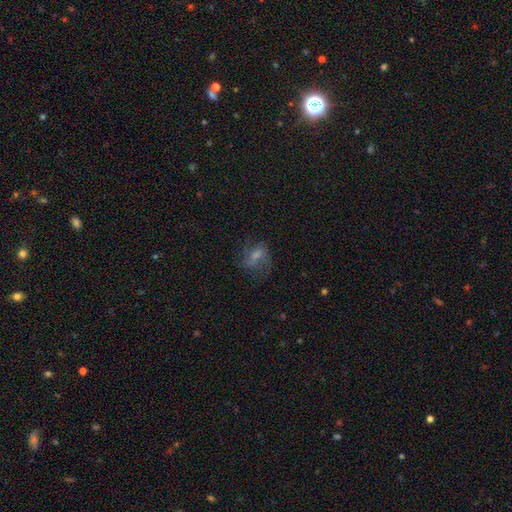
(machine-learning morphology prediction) smooth_or_featured: featured or disk (p=0.45) [alt: smooth p=0.43]
merging: none (p=0.52) [alt: major disturbance p=0.25]